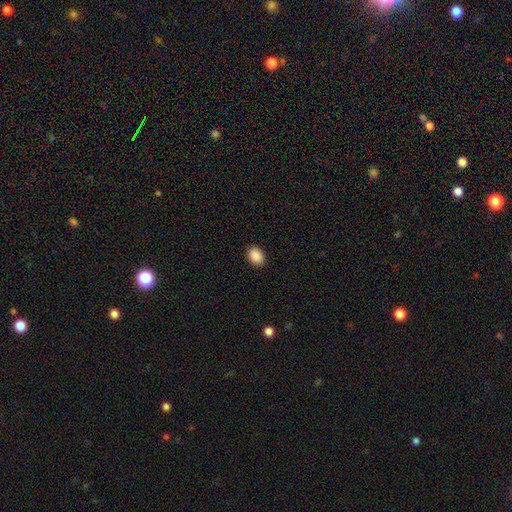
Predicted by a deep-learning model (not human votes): smooth-or-featured: smooth: 90% | star or artifact: 8% | featured or disk: 2%
  how-rounded: in between: 71% | round: 28% | cigar-shaped: 1%
  merging: none: 91% | minor disturbance: 6% | major disturbance: 2% | merger: 1%